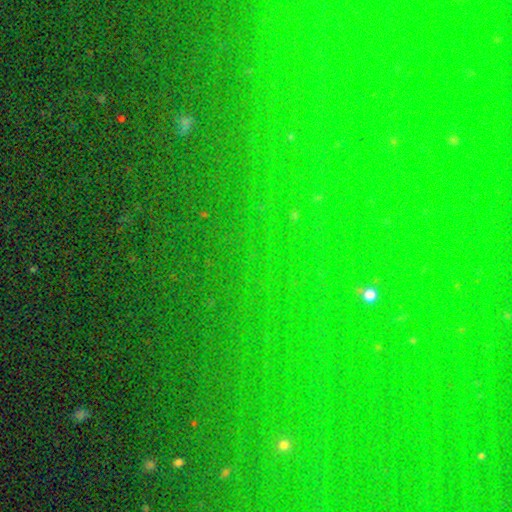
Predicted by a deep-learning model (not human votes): smooth_or_featured: star or artifact (p=0.83) [alt: smooth p=0.10]